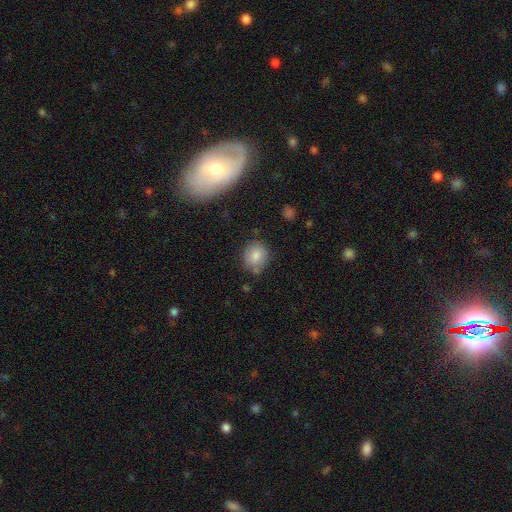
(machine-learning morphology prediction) smooth-or-featured: smooth: 81% | featured or disk: 10% | star or artifact: 9%
  how-rounded: round: 77% | in between: 22% | cigar-shaped: 1%
  merging: none: 72% | minor disturbance: 19% | major disturbance: 4% | merger: 4%